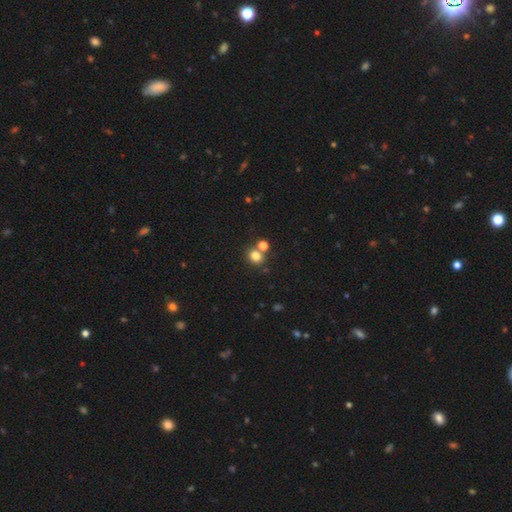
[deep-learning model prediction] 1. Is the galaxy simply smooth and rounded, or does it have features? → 78% smooth, 15% star or artifact, 7% featured or disk.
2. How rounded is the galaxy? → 74% round, 25% in between, 1% cigar-shaped.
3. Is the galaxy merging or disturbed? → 65% none, 24% merger, 8% minor disturbance, 3% major disturbance.